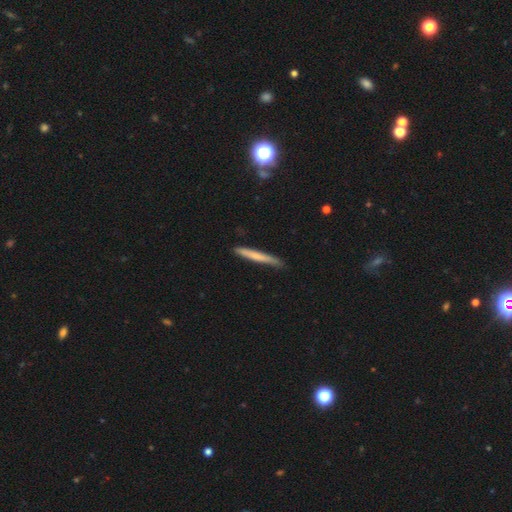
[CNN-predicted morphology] Smooth or featured? Predicted: smooth (p=0.62). How rounded? Predicted: cigar-shaped (p=0.97). Merging? Predicted: none (p=0.82).